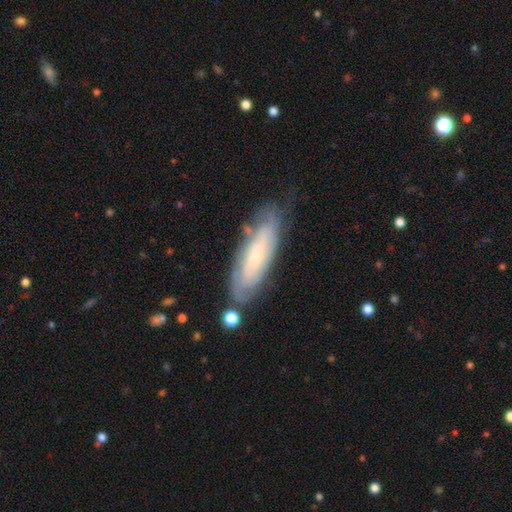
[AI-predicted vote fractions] smooth_or_featured: featured or disk (p=0.62) [alt: smooth p=0.31]
disk_edge_on: no (p=0.78) [alt: yes p=0.22]
merging: none (p=0.70) [alt: minor disturbance p=0.20]